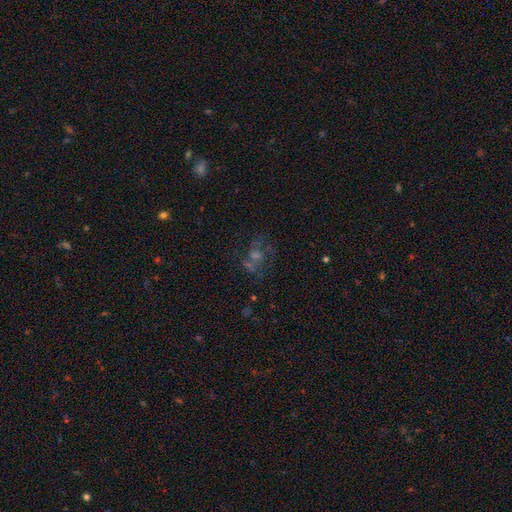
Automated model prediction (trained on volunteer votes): This is possibly a featured or disk galaxy (49%). Merging: possibly none (56%).